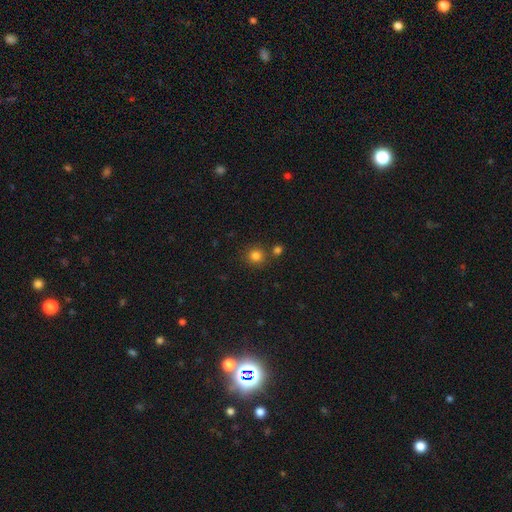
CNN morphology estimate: smooth-or-featured: smooth: 81% | star or artifact: 14% | featured or disk: 5%
  how-rounded: round: 92% | in between: 7% | cigar-shaped: 1%
  merging: none: 77% | merger: 12% | minor disturbance: 8% | major disturbance: 3%